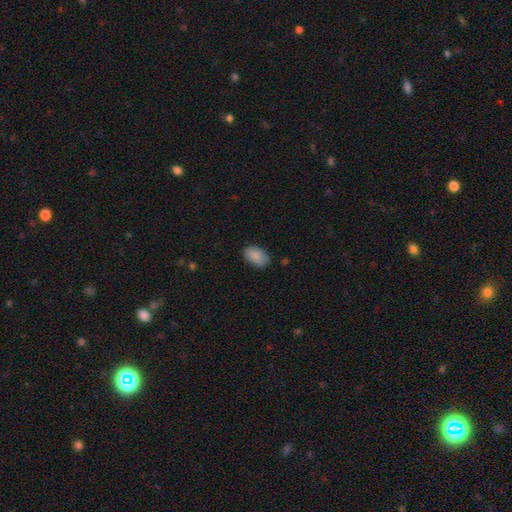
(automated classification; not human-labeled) Morphology: type=smooth (89%); roundness=in between (91%); merging=none (81%).